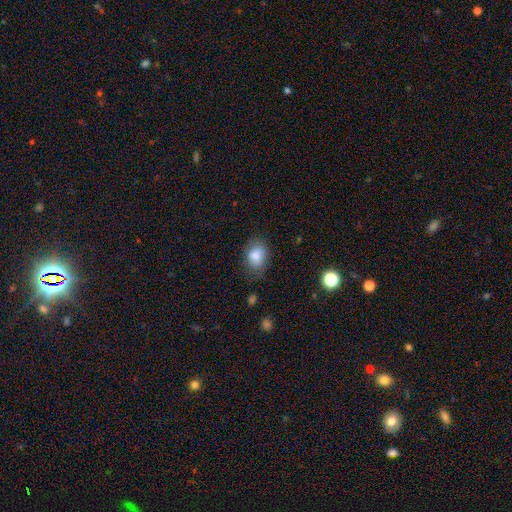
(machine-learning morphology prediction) smooth 84%, star or artifact 8%, featured or disk 8%. Down the decision tree: how rounded — in between (75%); merging — none (69%).